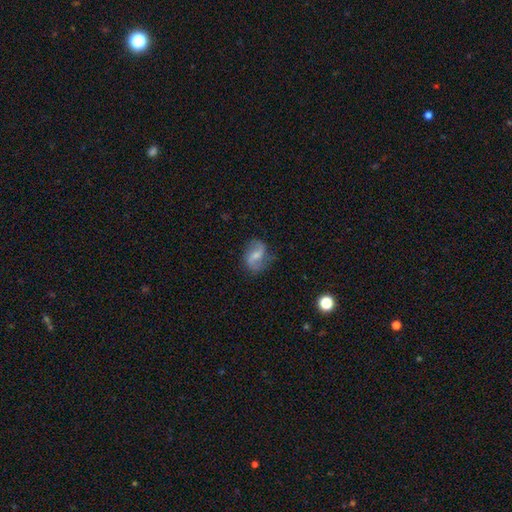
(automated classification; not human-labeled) The model was most divided on "bulge size": moderate: 41%, small: 39%, none: 14%, large: 5%, dominant: 1%. Remaining: edge-on disk — no (97%); spiral arms — yes (87%); spiral arm count — 2 (87%); merging — none (70%); smooth or featured — featured or disk (61%); spiral winding — loose (58%); bar — weak (49%).